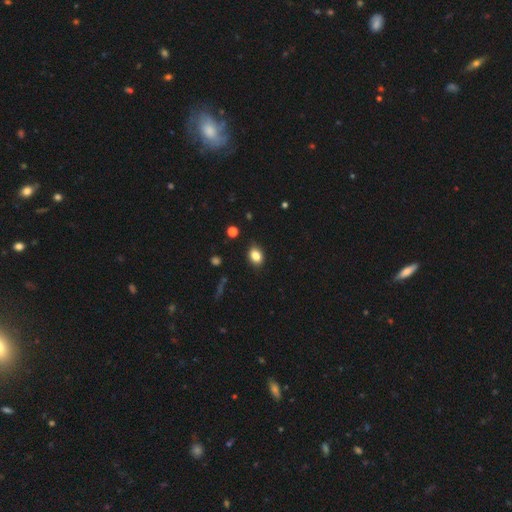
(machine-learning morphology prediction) Overall: smooth (83%). How rounded: in between (71%). Merging: none (82%).